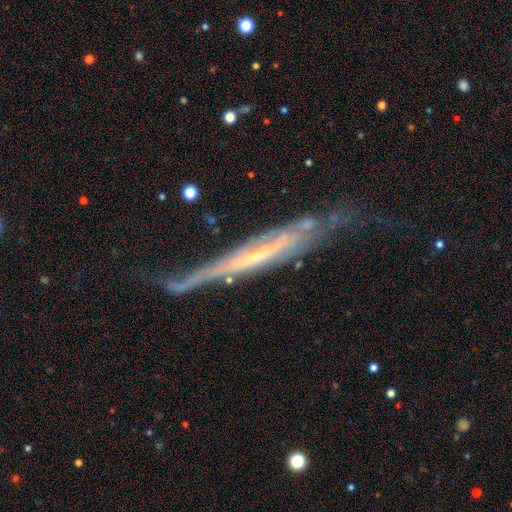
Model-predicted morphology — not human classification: Smooth or featured: featured or disk — 81% (smooth — 12%)
Edge-on disk: yes — 77% (no — 23%)
Edge-on bulge: none — 60% (rounded — 29%)
Merging: none — 51% (minor disturbance — 28%)